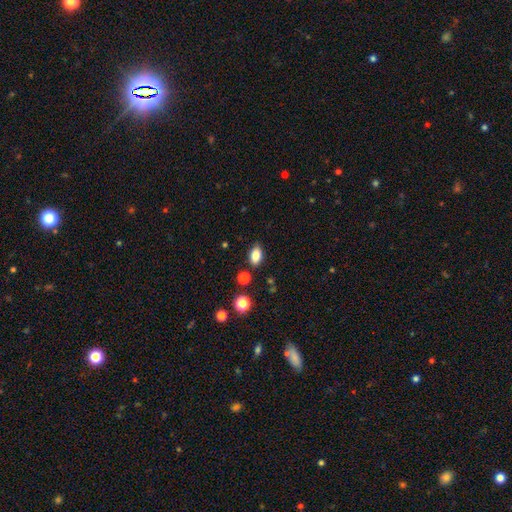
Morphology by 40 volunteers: smooth_or_featured: smooth (p=0.78) [alt: star or artifact p=0.12]
how_rounded: in between (p=0.90) [alt: round p=0.10]
merging: none (p=0.77) [alt: minor disturbance p=0.23]